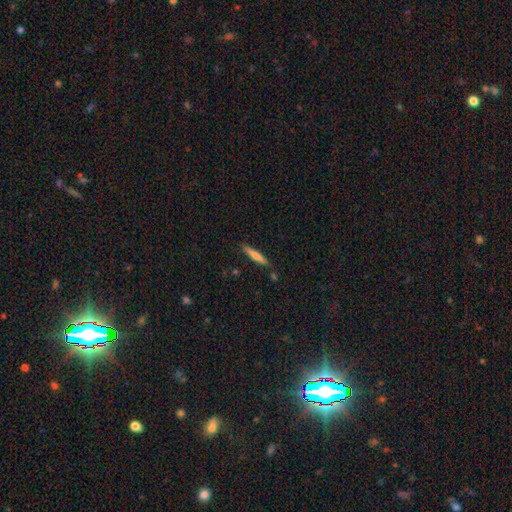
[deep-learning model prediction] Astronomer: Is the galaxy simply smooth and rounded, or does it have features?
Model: smooth — 58% (runner-up: featured or disk, 36%).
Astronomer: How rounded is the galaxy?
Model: cigar-shaped — 91%.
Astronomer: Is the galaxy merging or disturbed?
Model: none — 86%.